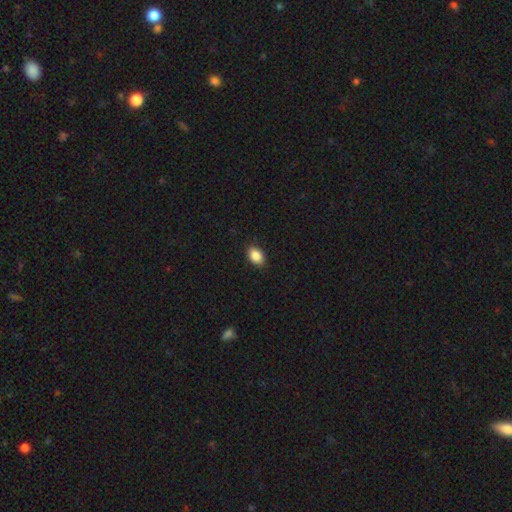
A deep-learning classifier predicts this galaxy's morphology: Smooth or featured?
  - smooth: 88% *
  - star or artifact: 8%
  - featured or disk: 4%
How rounded?
  - in between: 85% *
  - round: 14%
  - cigar-shaped: 1%
Merging?
  - none: 89% *
  - minor disturbance: 9%
  - major disturbance: 2%
  - merger: 1%